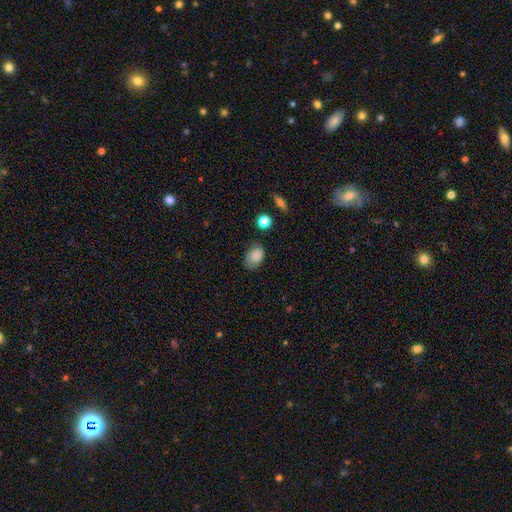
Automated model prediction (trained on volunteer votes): Smooth or featured?
  - smooth: 83% *
  - star or artifact: 10%
  - featured or disk: 7%
How rounded?
  - in between: 78% *
  - round: 21%
  - cigar-shaped: 1%
Merging?
  - none: 64% *
  - minor disturbance: 27%
  - major disturbance: 7%
  - merger: 2%